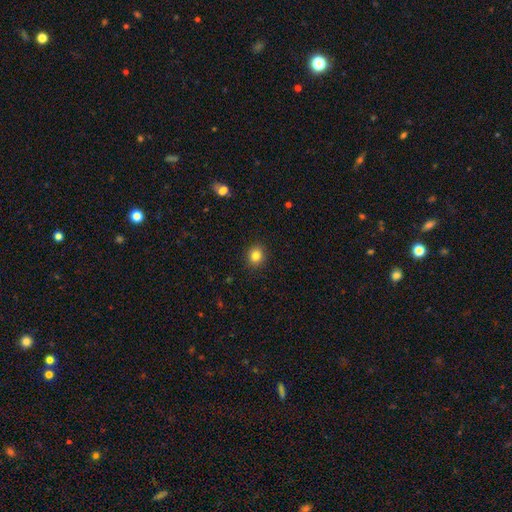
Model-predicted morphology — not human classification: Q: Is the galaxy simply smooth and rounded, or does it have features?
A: smooth — 83%.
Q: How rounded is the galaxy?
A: round — 80%.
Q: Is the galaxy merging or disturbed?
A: none — 91%.